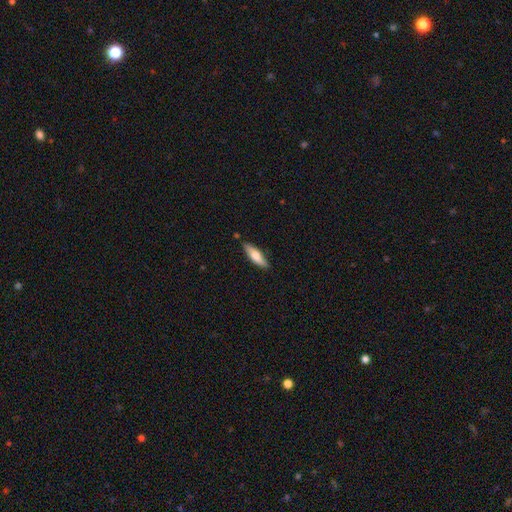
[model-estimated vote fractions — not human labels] smooth 64%, featured or disk 31%, star or artifact 6%. Down the decision tree: how rounded — cigar-shaped (59%); merging — none (81%).